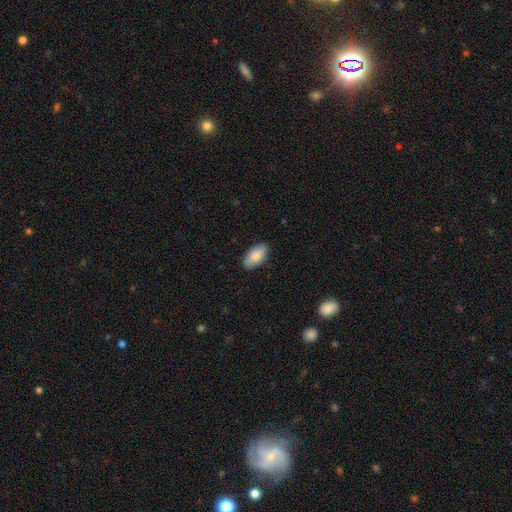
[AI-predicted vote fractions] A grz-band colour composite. It shows a smooth galaxy with no disk features (85%) that is in between round and cigar-shaped (94%). Merging: none (86%).